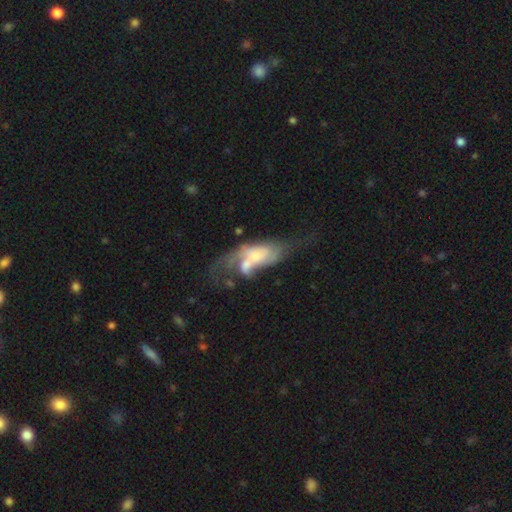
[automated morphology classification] Smooth or featured: featured or disk — 64% (smooth — 29%)
Edge-on disk: no — 91% (yes — 9%)
Bar: no — 66% (weak — 26%)
Spiral arms: yes — 68% (no — 32%)
Bulge size: moderate — 36% (tied with small — 36%)
Merging: merger — 45% (major disturbance — 27%)